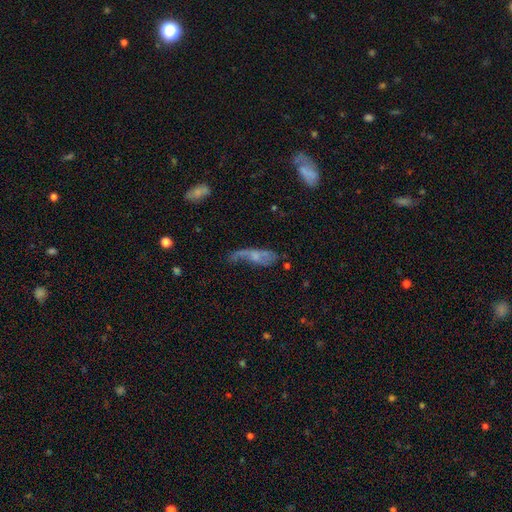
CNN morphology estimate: Smooth or featured? featured or disk (54%)
Edge-on disk? no (79%)
Merging? major disturbance (36%)